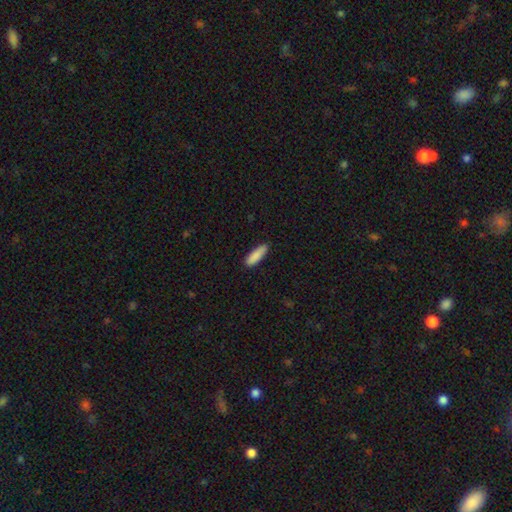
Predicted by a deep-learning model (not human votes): Smooth or featured?
  - smooth: 89% *
  - star or artifact: 6%
  - featured or disk: 5%
How rounded?
  - cigar-shaped: 55% *
  - in between: 44%
  - round: 2%
Merging?
  - none: 87% *
  - minor disturbance: 10%
  - major disturbance: 2%
  - merger: 1%